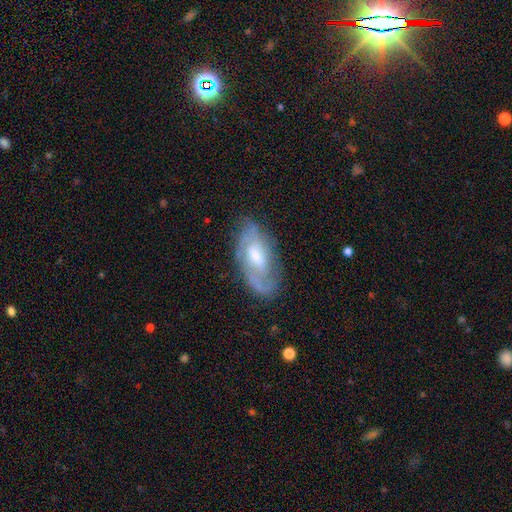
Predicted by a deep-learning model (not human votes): The model was most divided on "bar": no: 45%, weak: 44%, strong: 10%. Remaining: edge-on disk — no (91%); spiral arms — yes (85%); smooth or featured — featured or disk (72%); merging — none (68%); bulge size — moderate (57%); spiral winding — tight (46%); spiral arm count — 2 (39%).